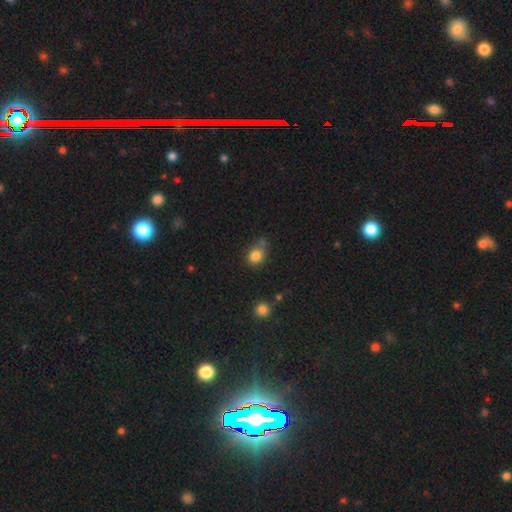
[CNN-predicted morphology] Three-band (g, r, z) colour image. It shows a smooth galaxy with no disk features (81%) that is round (56%). Merging: none (49%).